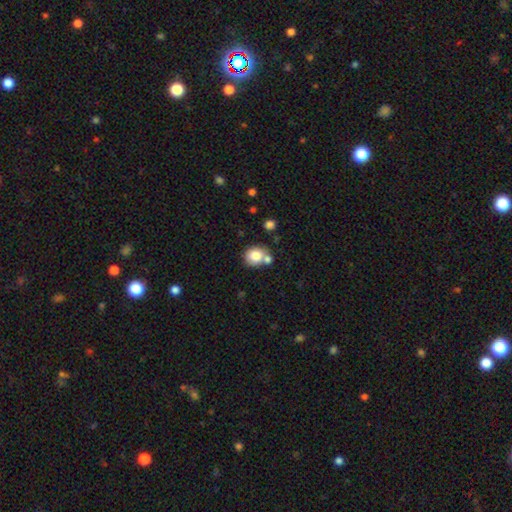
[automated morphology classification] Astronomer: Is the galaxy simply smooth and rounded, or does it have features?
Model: smooth — 81%.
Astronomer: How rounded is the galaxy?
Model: round — 72%.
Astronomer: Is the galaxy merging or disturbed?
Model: none — 58%.